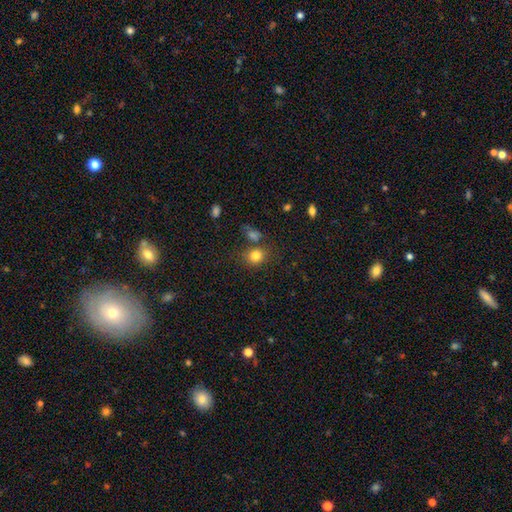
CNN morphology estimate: smooth-or-featured: smooth: 81% | star or artifact: 12% | featured or disk: 7%
  how-rounded: round: 70% | in between: 29% | cigar-shaped: 1%
  merging: none: 70% | merger: 13% | minor disturbance: 12% | major disturbance: 5%